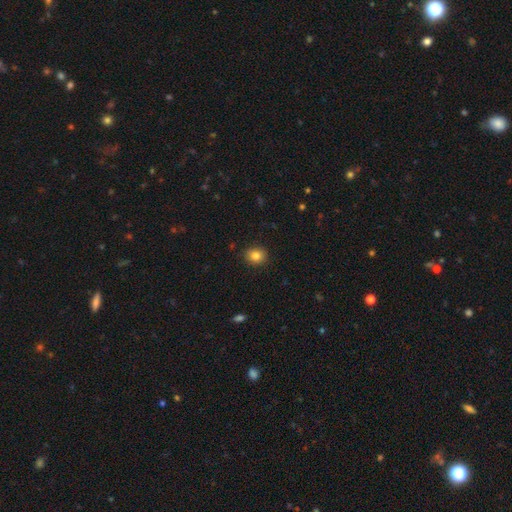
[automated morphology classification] smooth_or_featured: smooth (p=0.82) [alt: star or artifact p=0.11]
how_rounded: round (p=0.74) [alt: in between p=0.25]
merging: none (p=0.90) [alt: minor disturbance p=0.08]